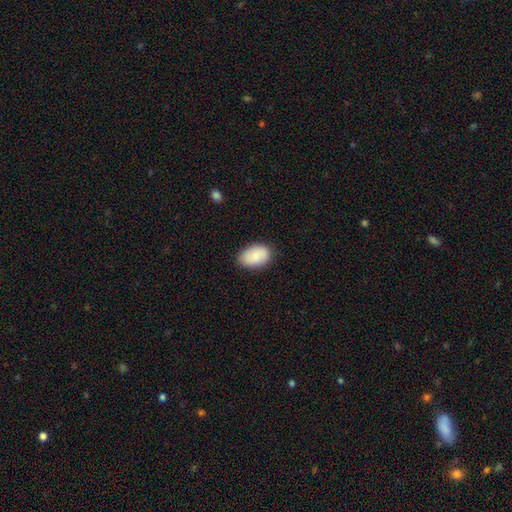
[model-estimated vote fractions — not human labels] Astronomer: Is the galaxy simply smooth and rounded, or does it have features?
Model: smooth — 82%.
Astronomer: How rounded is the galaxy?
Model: in between — 89%.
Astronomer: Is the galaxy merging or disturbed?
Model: none — 83%.